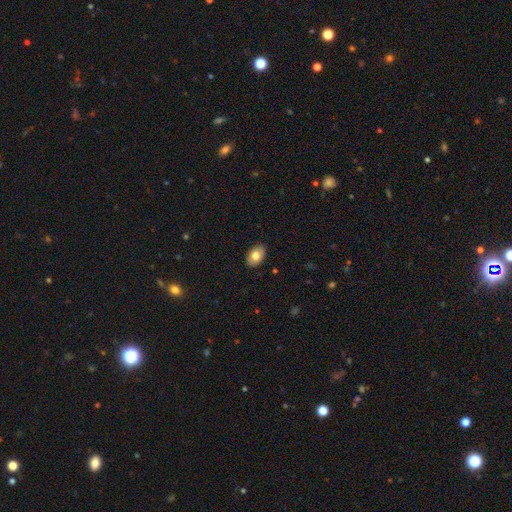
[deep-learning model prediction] This is likely a smooth galaxy (76%). How rounded: clearly in between (87%). Merging: clearly none (88%).